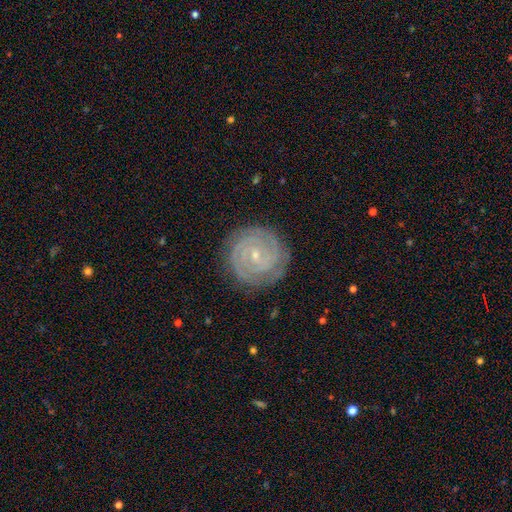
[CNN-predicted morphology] Smooth or featured? featured or disk (87%)
Edge-on disk? no (98%)
Bar? no (56%)
Spiral arms? yes (98%)
Spiral winding? tight (85%)
Spiral arm count? 2 (52%)
Bulge size? small (81%)
Merging? none (85%)